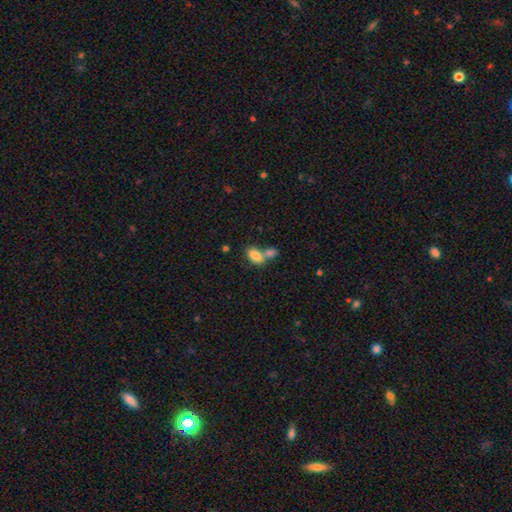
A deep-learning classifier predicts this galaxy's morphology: smooth-or-featured: smooth: 84% | featured or disk: 8% | star or artifact: 8%
  how-rounded: in between: 90% | round: 8% | cigar-shaped: 2%
  merging: merger: 51% | none: 36% | minor disturbance: 9% | major disturbance: 4%